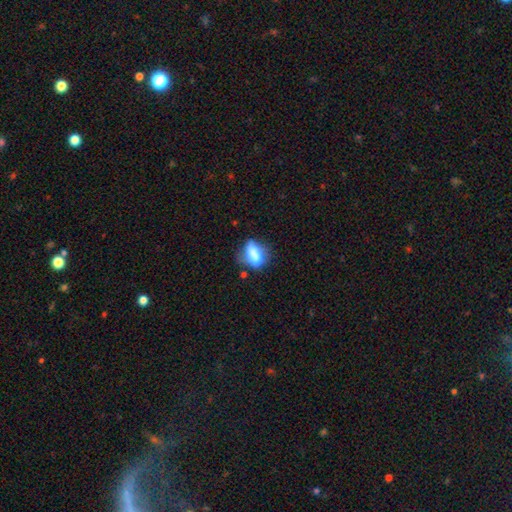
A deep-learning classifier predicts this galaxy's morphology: This appears to be a smooth galaxy with no disk features (72%) that is in between round and cigar-shaped (77%). Merging: none (44%).